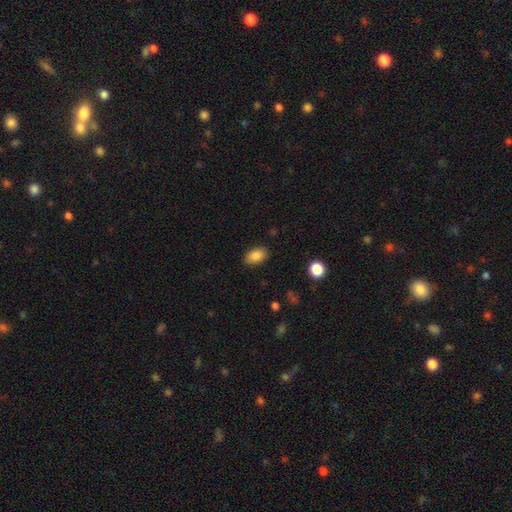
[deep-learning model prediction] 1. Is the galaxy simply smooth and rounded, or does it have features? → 86% smooth, 8% star or artifact, 6% featured or disk.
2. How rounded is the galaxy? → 90% in between, 9% round, 1% cigar-shaped.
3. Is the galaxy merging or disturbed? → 87% none, 10% minor disturbance, 2% major disturbance, 1% merger.